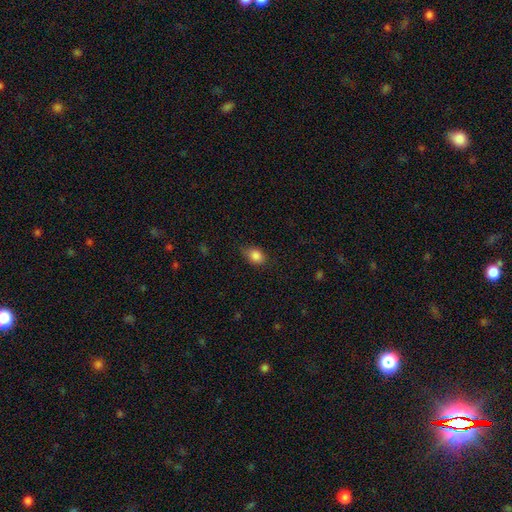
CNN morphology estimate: A smooth galaxy with no disk features (85%) that is in between round and cigar-shaped (70%).

Vote fractions:
- Smooth or featured? smooth: 85% / star or artifact: 9% / featured or disk: 5%
- How rounded? in between: 70% / round: 28% / cigar-shaped: 1%
- Merging? none: 67% / minor disturbance: 27% / major disturbance: 6% / merger: 1%